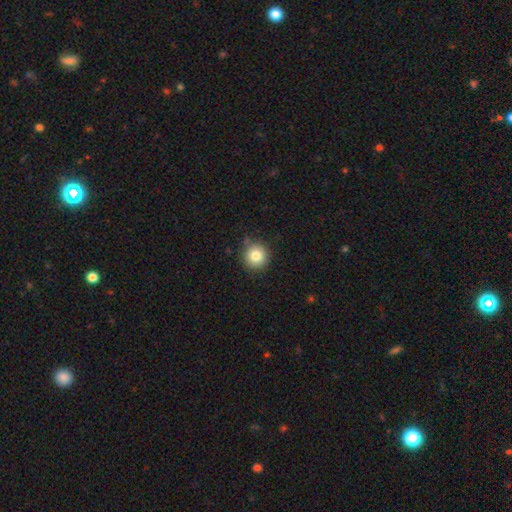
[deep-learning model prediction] This is clearly a smooth galaxy (83%). How rounded: clearly round (94%). Merging: clearly none (86%).